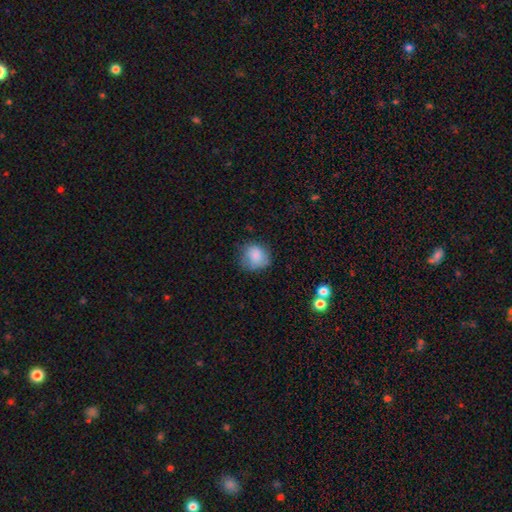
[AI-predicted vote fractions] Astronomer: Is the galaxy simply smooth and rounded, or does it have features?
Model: smooth — 83%.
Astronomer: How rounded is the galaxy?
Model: round — 75%.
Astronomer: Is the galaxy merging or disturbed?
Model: none — 65%.